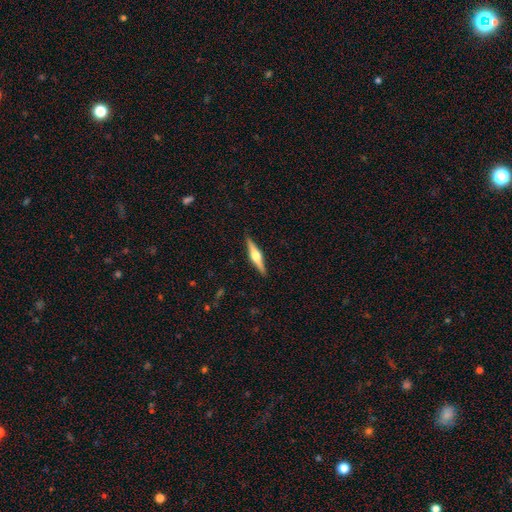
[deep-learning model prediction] Smooth or featured: featured or disk — 74% (smooth — 21%)
Edge-on disk: yes — 98% (no — 2%)
Edge-on bulge: rounded — 92% (boxy — 5%)
Merging: none — 92% (minor disturbance — 6%)